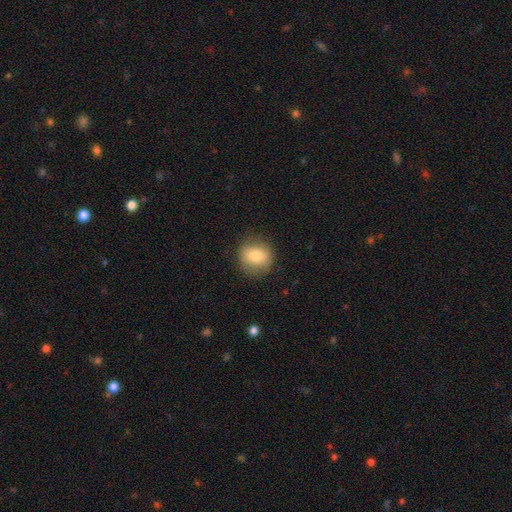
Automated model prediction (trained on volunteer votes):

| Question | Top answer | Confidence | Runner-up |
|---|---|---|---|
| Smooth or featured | smooth | 77% | featured or disk (14%) |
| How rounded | round | 80% | in between (19%) |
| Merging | none | 83% | minor disturbance (12%) |